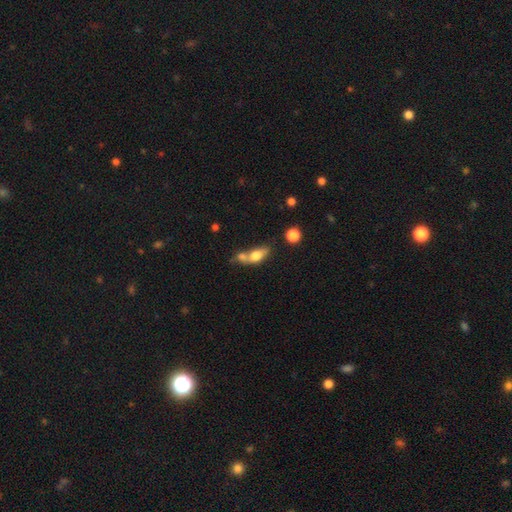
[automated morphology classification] The model was most divided on "merging": merger: 56%, none: 25%, minor disturbance: 12%, major disturbance: 8%. More confident: how rounded — in between (73%); smooth or featured — smooth (70%).